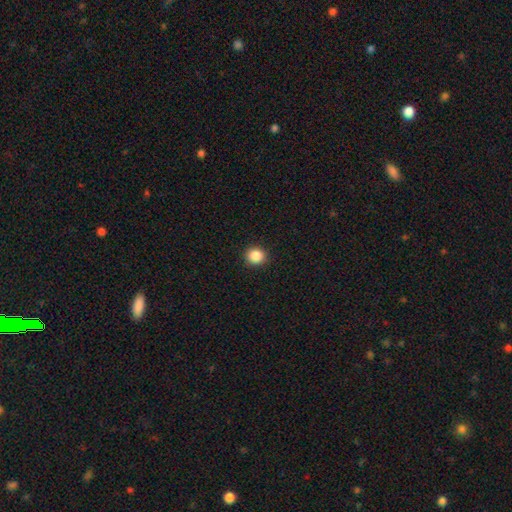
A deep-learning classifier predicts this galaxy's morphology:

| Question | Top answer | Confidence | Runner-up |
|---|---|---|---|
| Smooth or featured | smooth | 87% | star or artifact (10%) |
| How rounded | round | 89% | in between (11%) |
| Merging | none | 92% | minor disturbance (5%) |